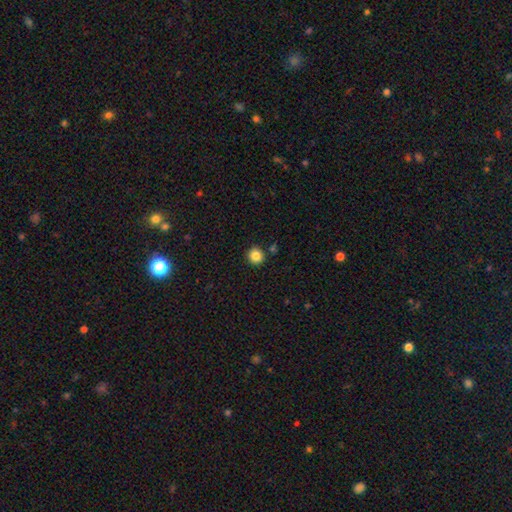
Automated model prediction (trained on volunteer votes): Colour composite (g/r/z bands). It shows a smooth galaxy with no disk features (85%) that is round (92%). Merging: none (89%).